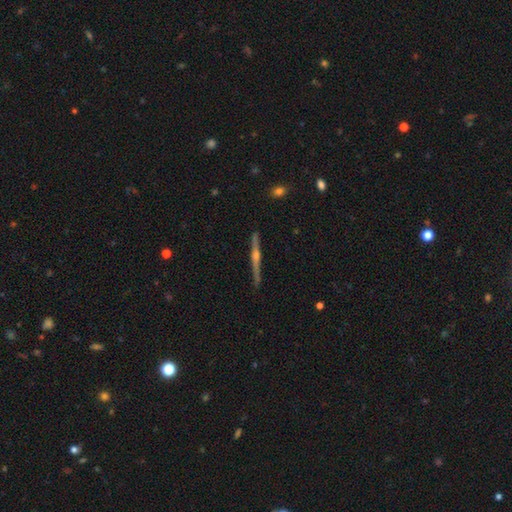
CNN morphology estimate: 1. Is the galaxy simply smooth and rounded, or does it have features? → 74% featured or disk, 17% smooth, 9% star or artifact.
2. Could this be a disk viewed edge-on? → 96% yes, 4% no.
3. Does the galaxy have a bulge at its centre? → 82% rounded, 11% none, 7% boxy.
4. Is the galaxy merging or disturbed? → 87% none, 9% minor disturbance, 2% major disturbance, 2% merger.